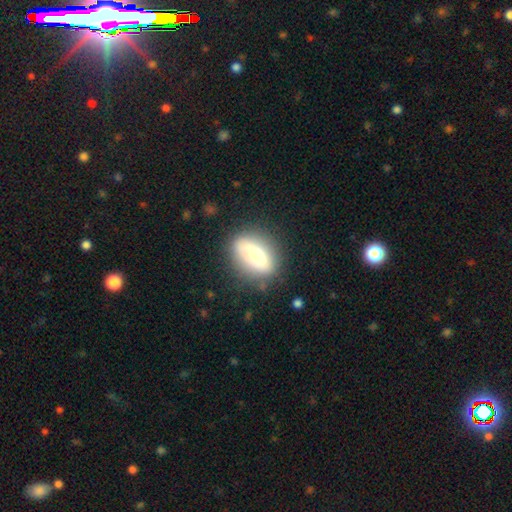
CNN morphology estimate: Smooth or featured? Predicted: smooth (p=0.63). How rounded? Predicted: in between (p=0.78). Merging? Predicted: none (p=0.76).